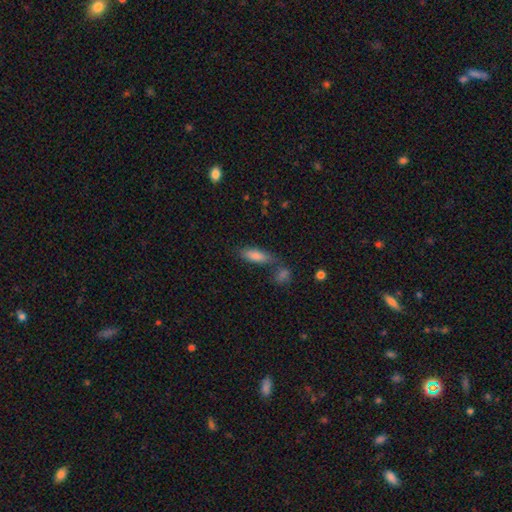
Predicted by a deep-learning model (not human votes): Morphology: type=smooth (80%); roundness=in between (59%); merging=none (59%).